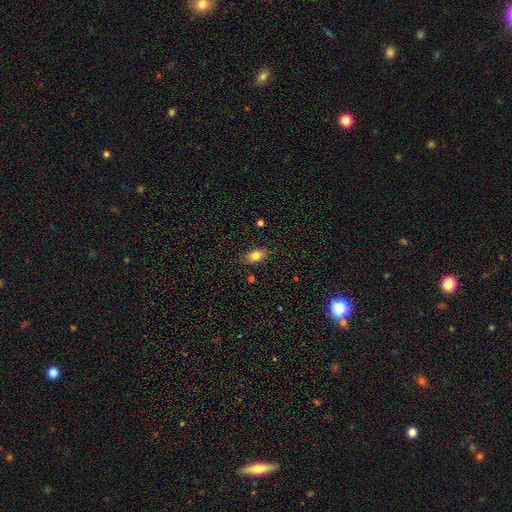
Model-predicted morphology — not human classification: This appears to be a smooth galaxy with no disk features (77%) that is in between round and cigar-shaped (83%). Merging: none (82%).